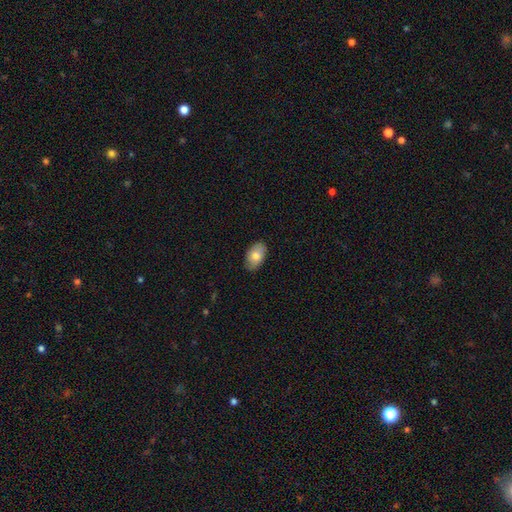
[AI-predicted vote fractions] The model was most divided on "smooth or featured": smooth: 76%, featured or disk: 17%, star or artifact: 7%. More confident: how rounded — in between (93%); merging — none (84%).